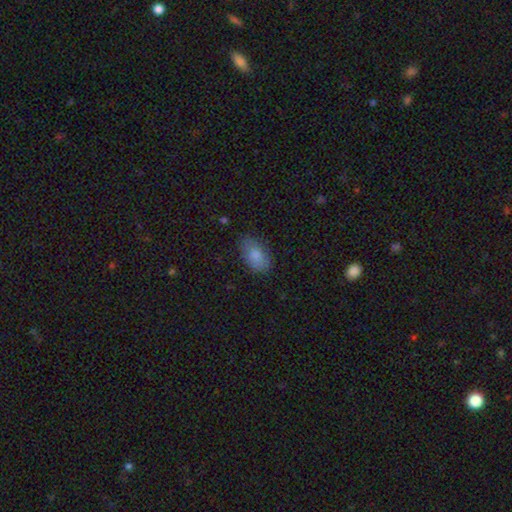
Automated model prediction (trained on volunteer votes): This is clearly a smooth galaxy (82%). How rounded: clearly in between (92%). Merging: likely none (75%).